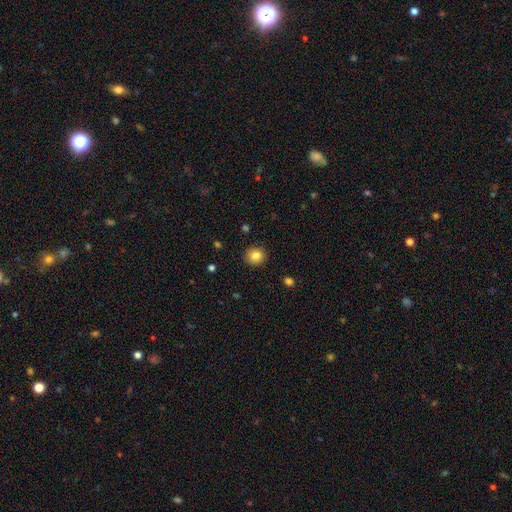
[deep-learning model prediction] This is clearly a smooth galaxy (84%). How rounded: clearly round (91%). Merging: clearly none (90%).